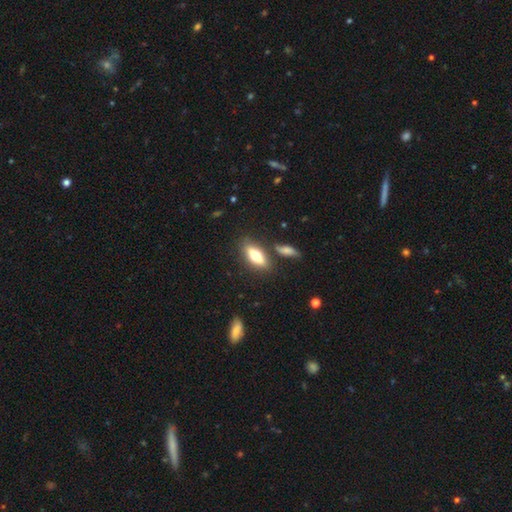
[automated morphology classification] This is likely a smooth galaxy (64%). How rounded: likely in between (70%). Merging: likely none (76%).